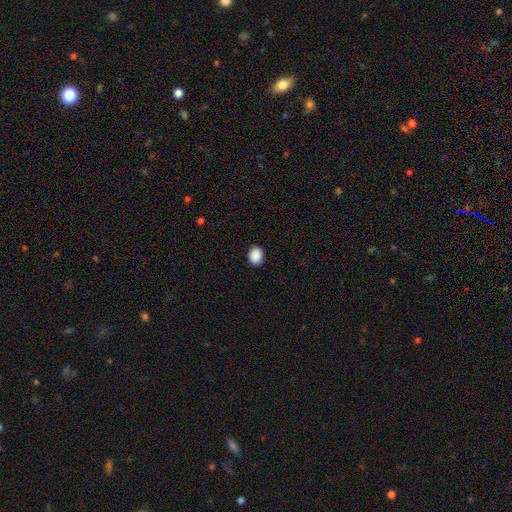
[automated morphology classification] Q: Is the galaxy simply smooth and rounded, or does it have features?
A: smooth — 90%.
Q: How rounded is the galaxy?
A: round — 51%.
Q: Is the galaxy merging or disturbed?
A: none — 91%.